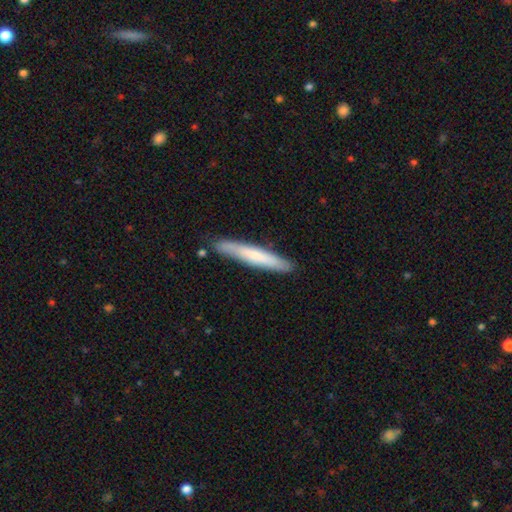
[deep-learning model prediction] The model was most divided on "smooth or featured": smooth: 64%, featured or disk: 31%, star or artifact: 5%. More confident: how rounded — cigar-shaped (94%); merging — none (84%).